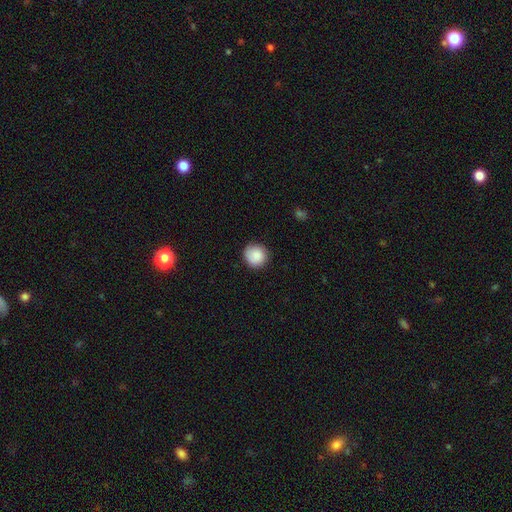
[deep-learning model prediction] Smooth or featured? smooth (87%)
How rounded? round (93%)
Merging? none (83%)